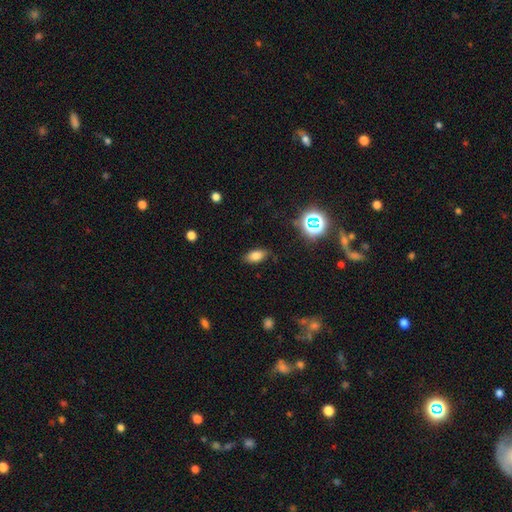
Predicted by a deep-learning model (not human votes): The model was most divided on "smooth or featured": smooth: 78%, star or artifact: 13%, featured or disk: 9%. More confident: how rounded — in between (88%); merging — none (84%).